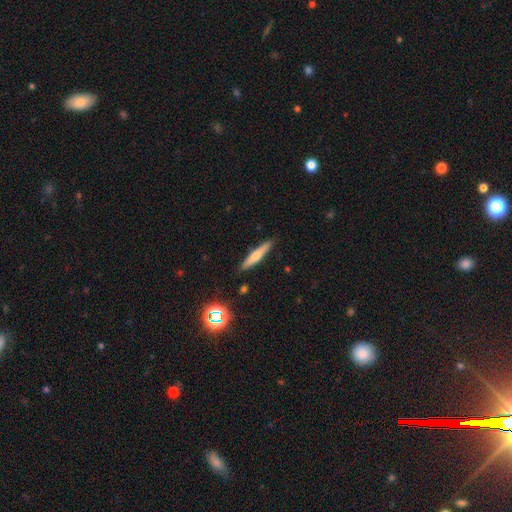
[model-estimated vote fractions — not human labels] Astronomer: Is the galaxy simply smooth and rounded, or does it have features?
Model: smooth — 52% (runner-up: featured or disk, 40%).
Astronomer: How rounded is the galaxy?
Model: cigar-shaped — 90%.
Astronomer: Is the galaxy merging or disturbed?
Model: none — 89%.